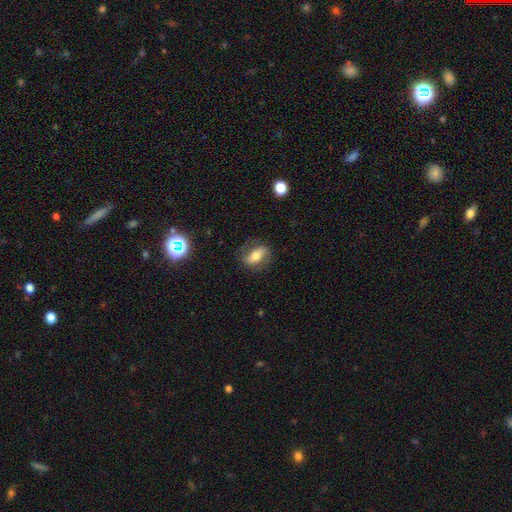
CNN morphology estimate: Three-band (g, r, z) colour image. It shows a smooth galaxy with no disk features (49%). Merging: none (74%).